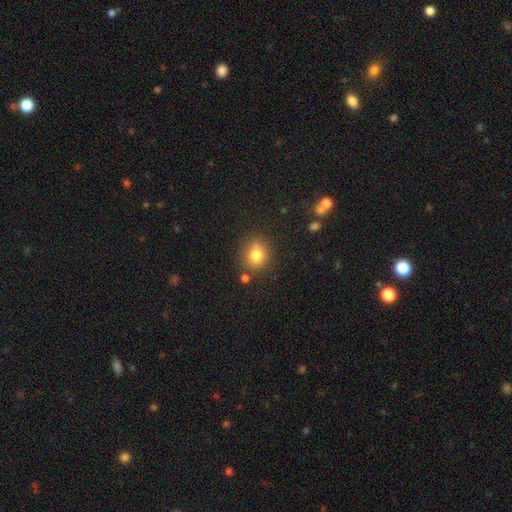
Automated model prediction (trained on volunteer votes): smooth_or_featured: smooth (p=0.80) [alt: star or artifact p=0.12]
how_rounded: round (p=0.75) [alt: in between p=0.24]
merging: none (p=0.76) [alt: minor disturbance p=0.13]